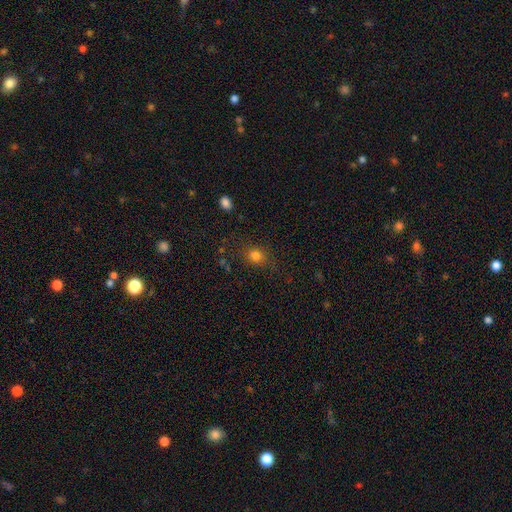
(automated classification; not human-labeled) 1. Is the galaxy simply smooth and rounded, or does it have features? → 79% smooth, 14% star or artifact, 7% featured or disk.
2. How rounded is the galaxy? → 69% round, 30% in between, 1% cigar-shaped.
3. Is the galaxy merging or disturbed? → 79% none, 13% minor disturbance, 6% major disturbance, 2% merger.